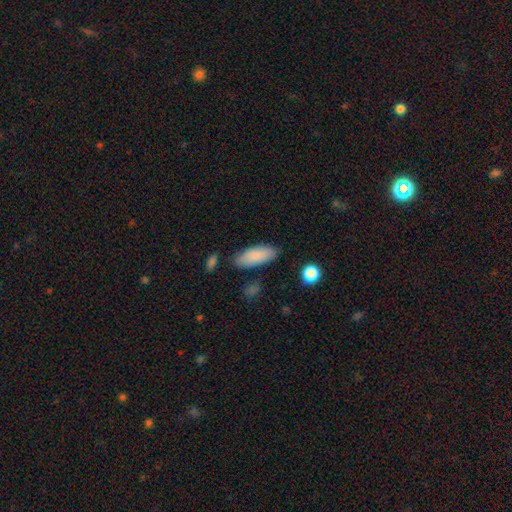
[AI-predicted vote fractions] Overall: smooth (85%). How rounded: in between (79%). Merging: none (81%).